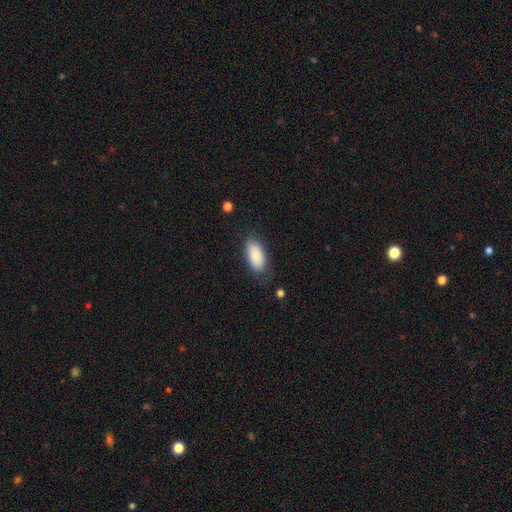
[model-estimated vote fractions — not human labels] Overall: smooth (87%). How rounded: in between (92%). Merging: none (74%).